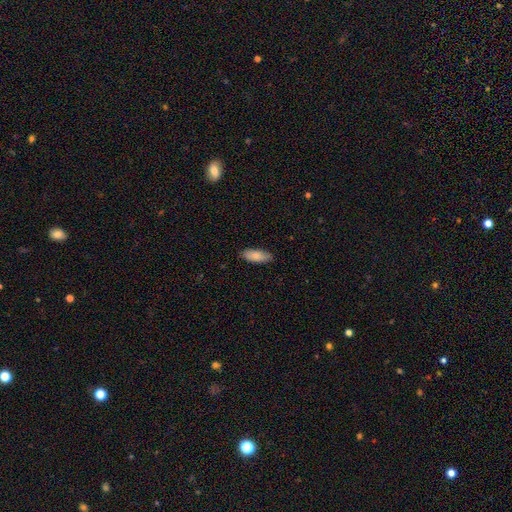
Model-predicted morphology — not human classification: smooth_or_featured: smooth (p=0.81) [alt: featured or disk p=0.12]
how_rounded: in between (p=0.81) [alt: cigar-shaped p=0.17]
merging: none (p=0.87) [alt: minor disturbance p=0.10]